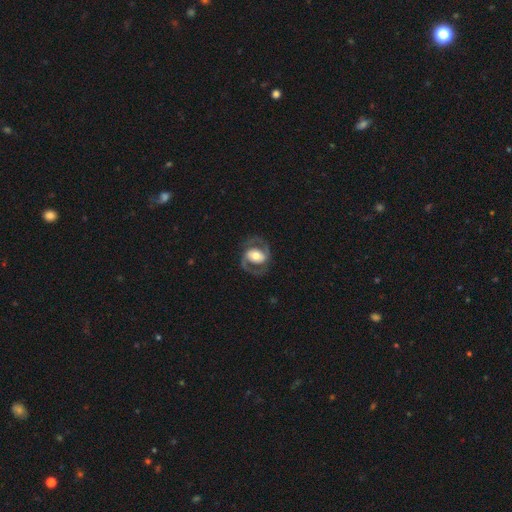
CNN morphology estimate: Smooth or featured? featured or disk (81%)
Edge-on disk? no (97%)
Bar? no (43%)
Spiral arms? yes (87%)
Spiral winding? medium (56%)
Spiral arm count? 2 (91%)
Bulge size? moderate (59%)
Merging? none (78%)